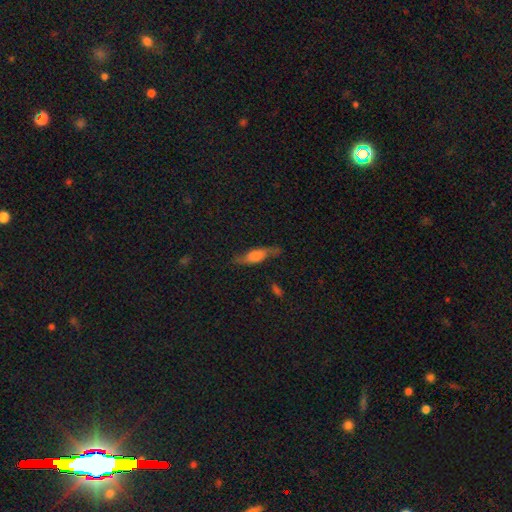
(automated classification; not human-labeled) smooth-or-featured: featured or disk: 49% | smooth: 43% | star or artifact: 8%
  merging: none: 67% | minor disturbance: 23% | major disturbance: 9% | merger: 2%